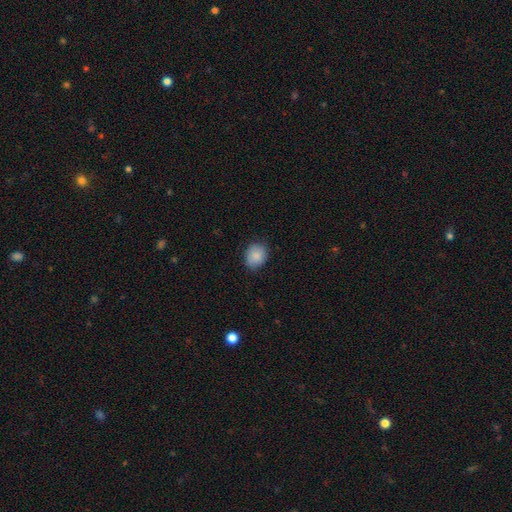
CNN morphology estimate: type=smooth (88%); roundness=round (57%); merging=none (82%).